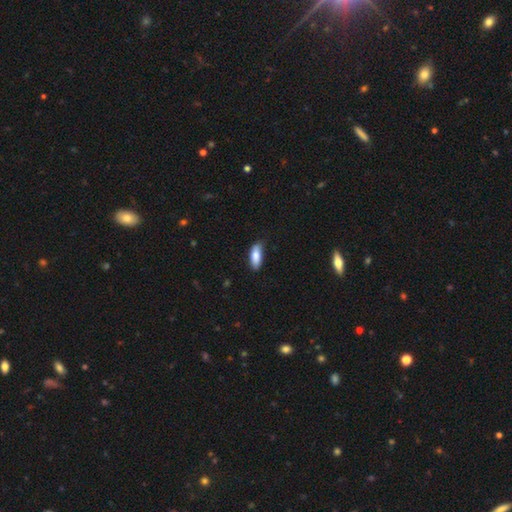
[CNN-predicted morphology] smooth_or_featured: smooth (p=0.81) [alt: featured or disk p=0.13]
how_rounded: in between (p=0.74) [alt: cigar-shaped p=0.24]
merging: none (p=0.77) [alt: minor disturbance p=0.19]